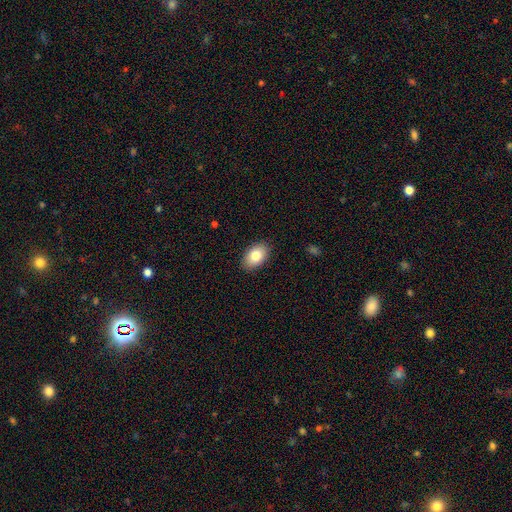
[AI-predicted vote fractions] Smooth or featured? Predicted: smooth (p=0.81). How rounded? Predicted: in between (p=0.89). Merging? Predicted: none (p=0.89).